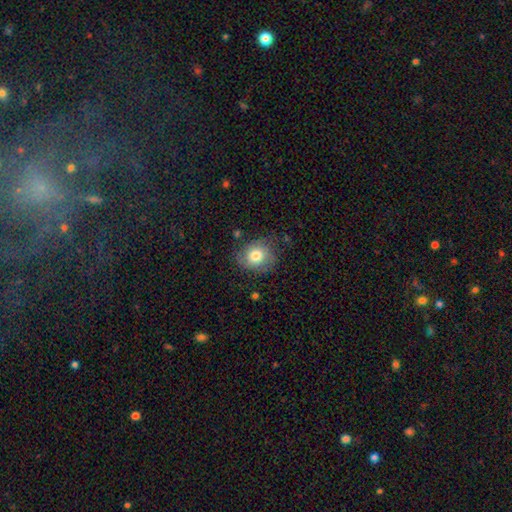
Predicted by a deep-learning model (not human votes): Morphology: type=smooth (73%); roundness=round (68%); merging=none (69%).